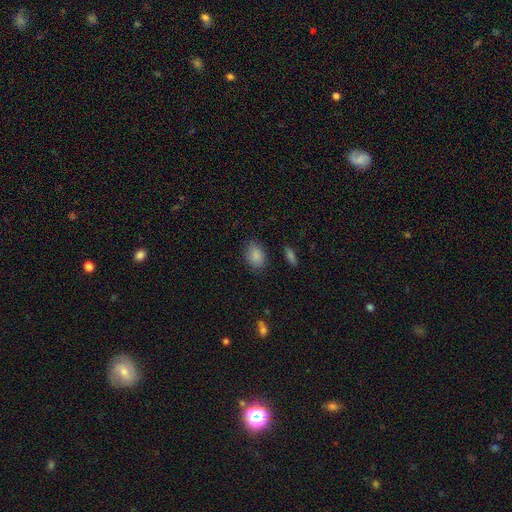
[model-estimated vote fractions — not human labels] This appears to be a smooth galaxy with no disk features (86%) that is in between round and cigar-shaped (81%). Merging: none (81%).